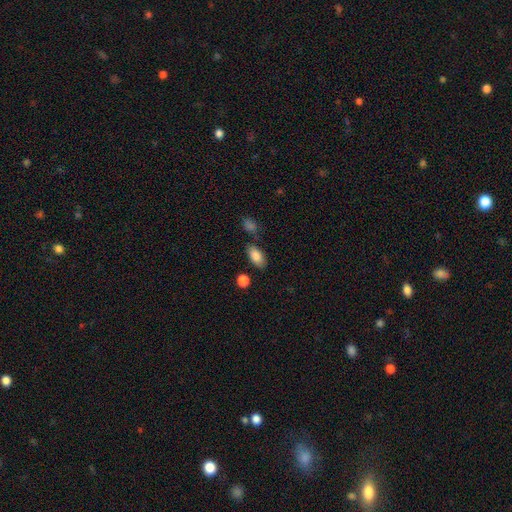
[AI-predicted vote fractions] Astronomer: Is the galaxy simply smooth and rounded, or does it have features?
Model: smooth — 86%.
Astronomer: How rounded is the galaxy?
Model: in between — 92%.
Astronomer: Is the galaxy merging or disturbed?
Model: none — 74%.